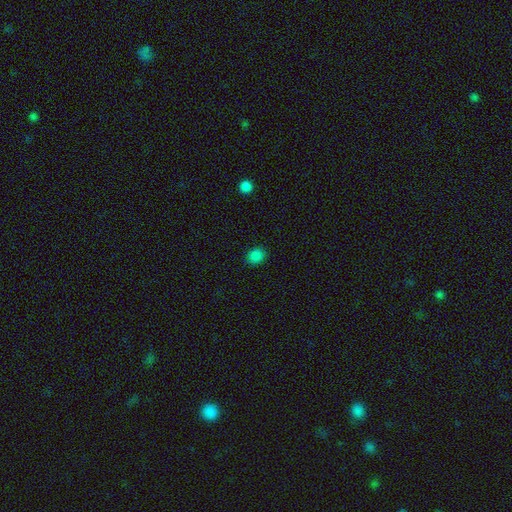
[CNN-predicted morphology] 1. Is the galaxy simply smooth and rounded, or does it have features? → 83% smooth, 13% star or artifact, 3% featured or disk.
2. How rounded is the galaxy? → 67% round, 32% in between, 1% cigar-shaped.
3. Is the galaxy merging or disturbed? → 89% none, 8% minor disturbance, 2% major disturbance, 1% merger.